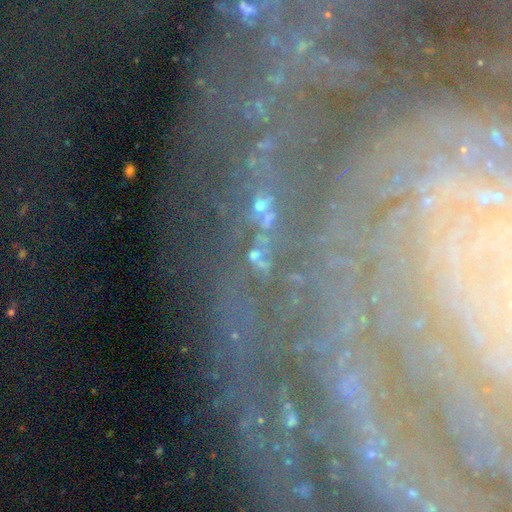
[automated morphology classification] star or artifact 55%, featured or disk 25%, smooth 20%.